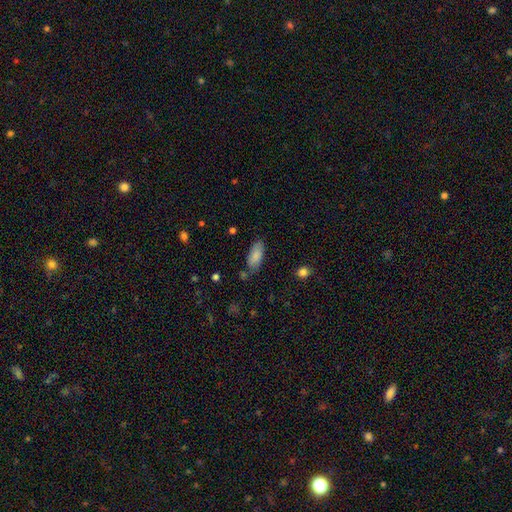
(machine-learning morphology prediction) type=smooth (85%); roundness=in between (86%); merging=none (75%).